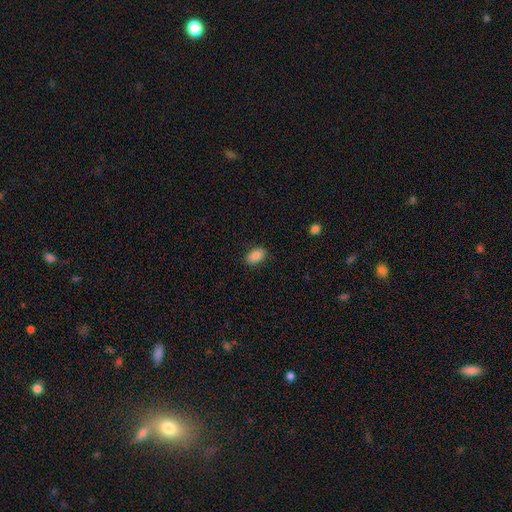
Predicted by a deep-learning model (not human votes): A smooth galaxy with no disk features (85%) that is in between round and cigar-shaped (87%). Merging: none (86%).